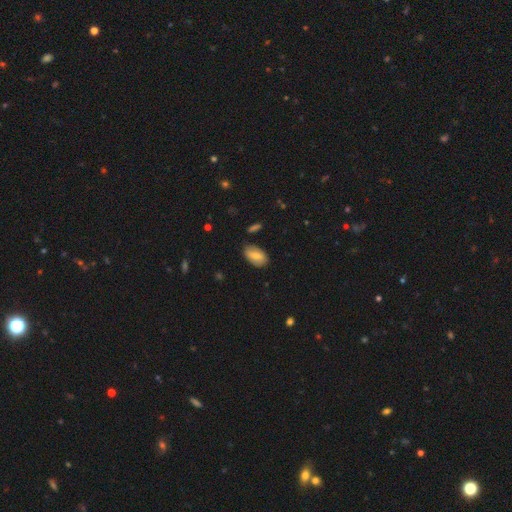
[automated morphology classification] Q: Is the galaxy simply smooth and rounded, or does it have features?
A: smooth — 69%.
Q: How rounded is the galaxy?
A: in between — 93%.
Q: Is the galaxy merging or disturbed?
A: none — 77%.